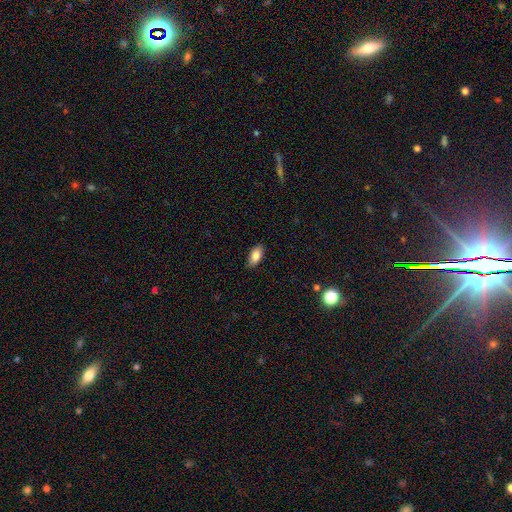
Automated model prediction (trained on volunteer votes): Smooth or featured? smooth (84%)
How rounded? in between (91%)
Merging? none (85%)